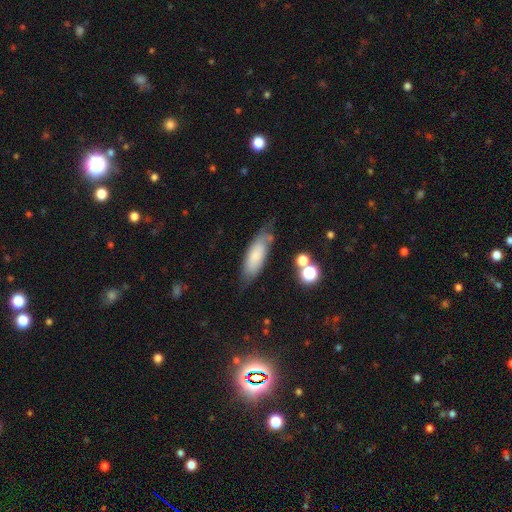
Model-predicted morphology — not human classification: smooth_or_featured: smooth (p=0.71) [alt: featured or disk p=0.21]
how_rounded: in between (p=0.63) [alt: cigar-shaped p=0.35]
merging: none (p=0.62) [alt: minor disturbance p=0.25]